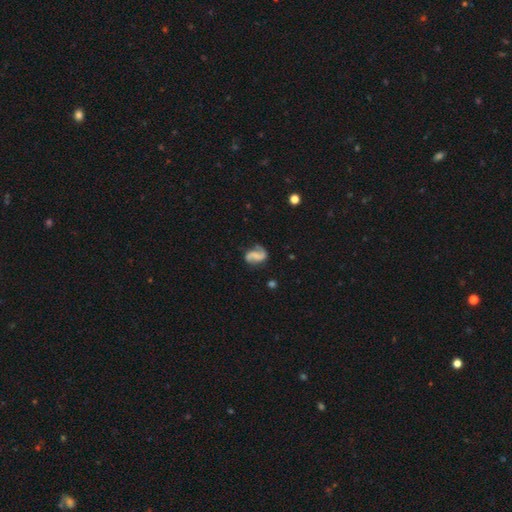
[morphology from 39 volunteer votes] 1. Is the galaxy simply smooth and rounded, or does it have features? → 74% featured or disk, 15% smooth, 10% star or artifact.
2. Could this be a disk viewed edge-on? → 97% no, 3% yes.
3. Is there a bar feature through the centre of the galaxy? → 46% weak, 39% no, 14% strong.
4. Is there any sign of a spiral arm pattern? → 89% yes, 11% no.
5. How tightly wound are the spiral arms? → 68% loose, 28% medium, 4% tight.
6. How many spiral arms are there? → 84% 2, 12% 1, 4% 4, 0% 3, 0% more than 4, 0% can't tell.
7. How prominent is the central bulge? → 79% none, 18% small, 4% moderate, 0% dominant, 0% large.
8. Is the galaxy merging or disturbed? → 57% none, 29% minor disturbance, 11% major disturbance, 3% merger.